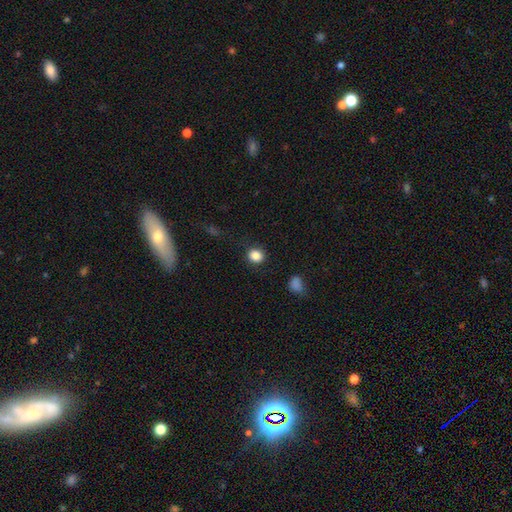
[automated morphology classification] Smooth or featured?
  - smooth: 86% *
  - star or artifact: 10%
  - featured or disk: 4%
How rounded?
  - round: 77% *
  - in between: 22%
  - cigar-shaped: 1%
Merging?
  - none: 87% *
  - minor disturbance: 8%
  - major disturbance: 3%
  - merger: 2%